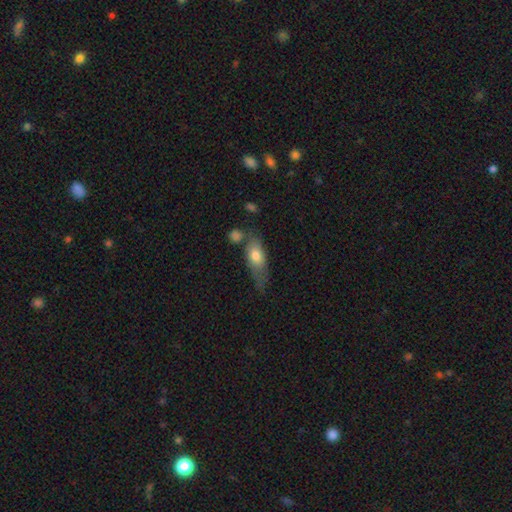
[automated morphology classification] A smooth galaxy with no disk features (69%) that is in between round and cigar-shaped (72%). Merging: none (46%).